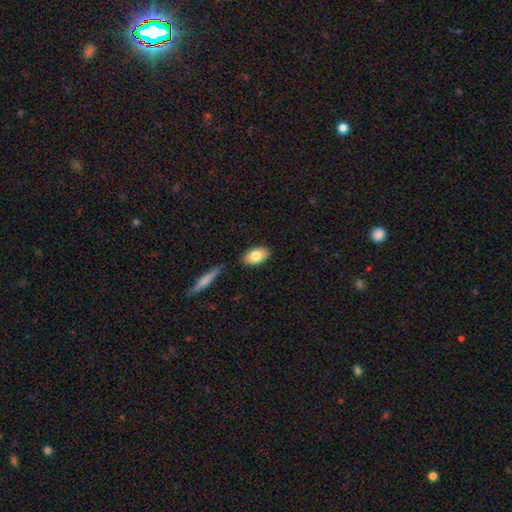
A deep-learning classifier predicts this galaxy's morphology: smooth_or_featured: smooth (p=0.81) [alt: featured or disk p=0.13]
how_rounded: in between (p=0.91) [alt: round p=0.06]
merging: none (p=0.84) [alt: minor disturbance p=0.11]